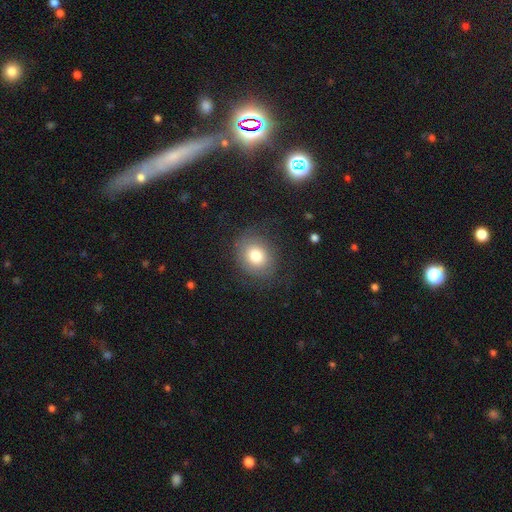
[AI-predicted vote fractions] Morphology: type=smooth (73%); roundness=round (64%); merging=none (76%).